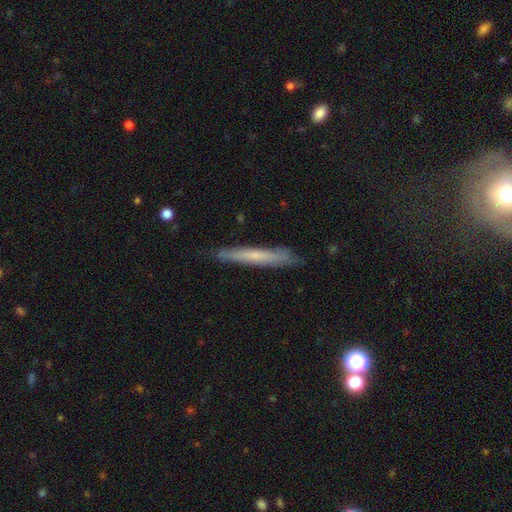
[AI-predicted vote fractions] A smooth galaxy with no disk features (51%) that is cigar-shaped (95%). Merging: none (84%).